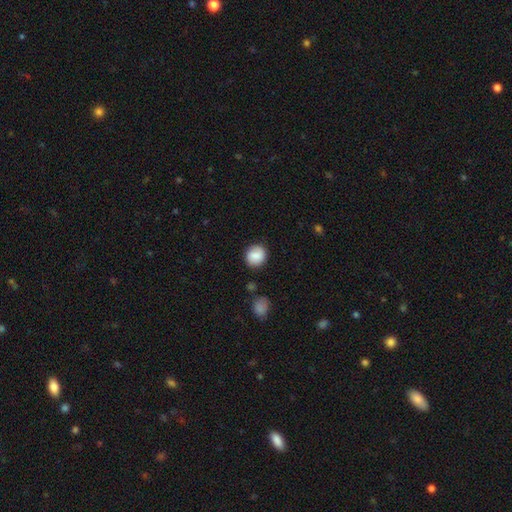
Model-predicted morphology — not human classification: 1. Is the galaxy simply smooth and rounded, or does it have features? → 85% smooth, 8% star or artifact, 7% featured or disk.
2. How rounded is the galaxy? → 79% round, 20% in between, 1% cigar-shaped.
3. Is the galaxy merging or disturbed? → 85% none, 10% minor disturbance, 3% major disturbance, 2% merger.